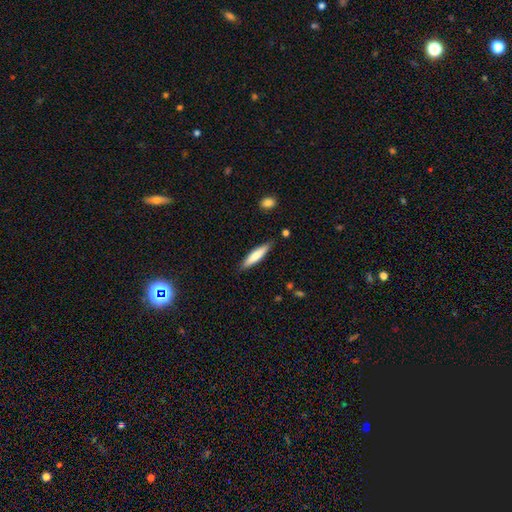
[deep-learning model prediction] This is likely a smooth galaxy (75%). How rounded: clearly cigar-shaped (81%). Merging: clearly none (86%).